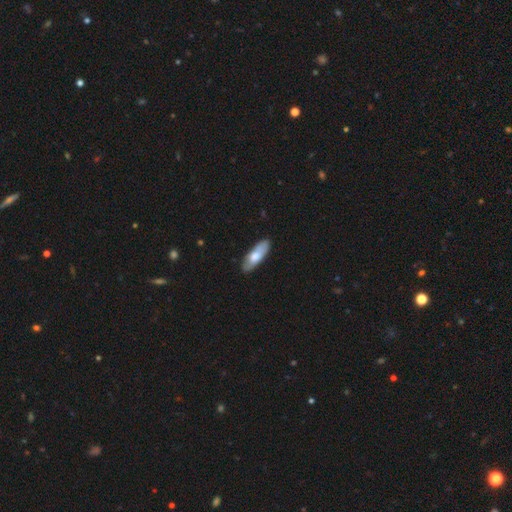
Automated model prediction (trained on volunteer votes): Overall: smooth (67%; featured or disk 28%). How rounded: in between (61%; cigar-shaped 38%). Merging: none (85%).